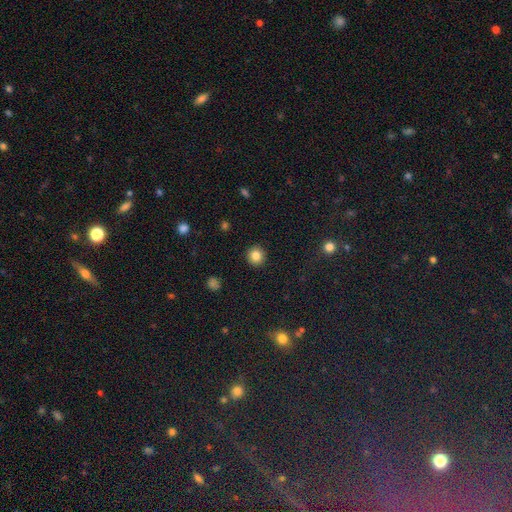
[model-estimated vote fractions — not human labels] This appears to be a smooth galaxy with no disk features (84%) that is round (94%). Merging: none (92%).